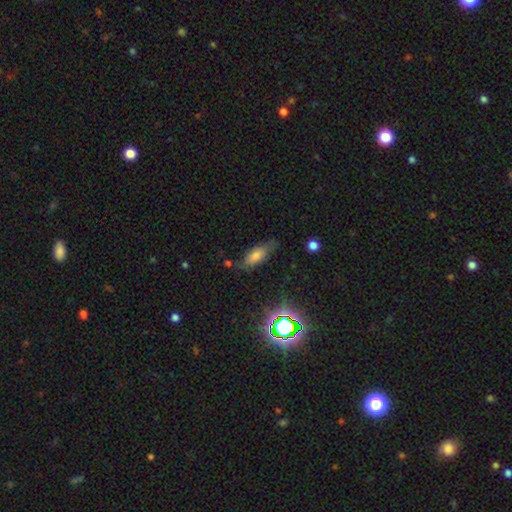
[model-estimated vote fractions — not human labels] The model was most divided on "smooth or featured": smooth: 62%, featured or disk: 23%, star or artifact: 16%. More confident: how rounded — in between (72%); merging — none (64%).